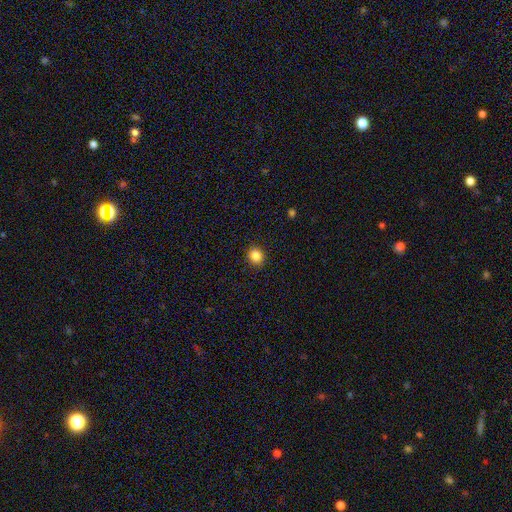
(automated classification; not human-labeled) This appears to be a smooth galaxy with no disk features (85%) that is round (81%). Merging: none (91%).